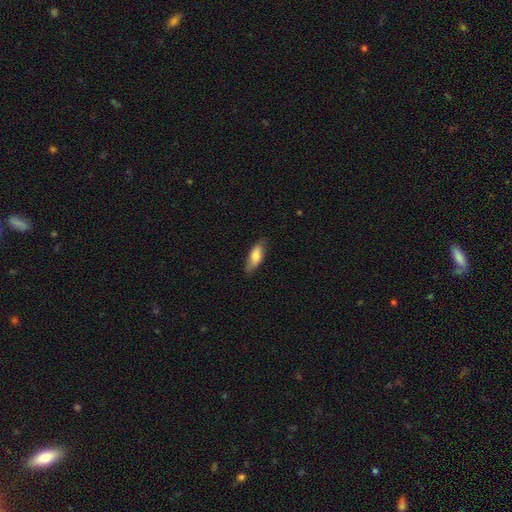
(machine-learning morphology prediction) Overall: smooth (74%). How rounded: in between (70%). Merging: none (79%).